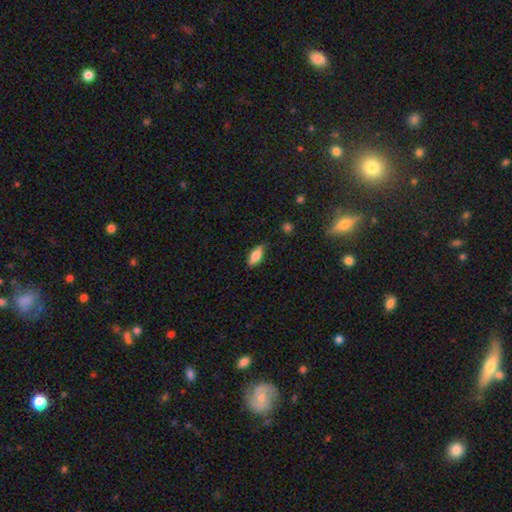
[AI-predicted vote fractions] A smooth galaxy with no disk features (78%) that is in between round and cigar-shaped (75%). Merging: none (82%).